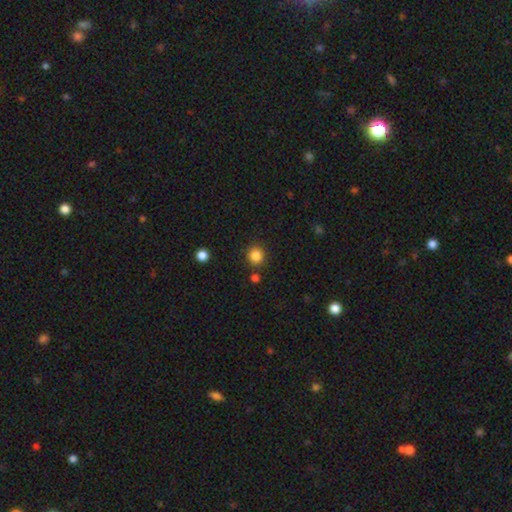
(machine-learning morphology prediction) Smooth or featured? smooth (85%)
How rounded? round (90%)
Merging? none (85%)